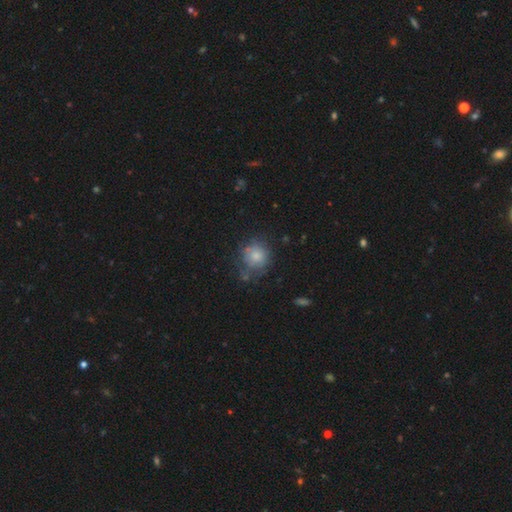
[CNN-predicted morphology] The model was most divided on "merging": none: 52%, minor disturbance: 27%, major disturbance: 15%, merger: 6%. More confident: how rounded — round (84%); smooth or featured — smooth (71%).